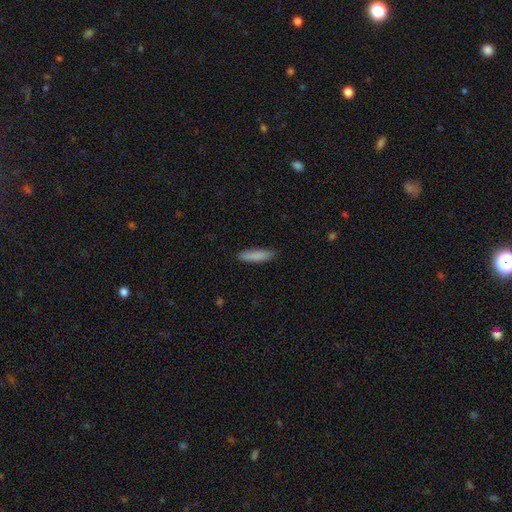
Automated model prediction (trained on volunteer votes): Smooth or featured? smooth (86%)
How rounded? cigar-shaped (82%)
Merging? none (87%)